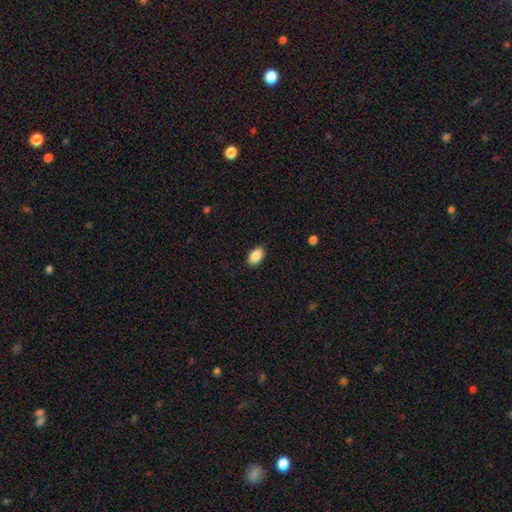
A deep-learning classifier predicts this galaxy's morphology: Smooth or featured? Predicted: smooth (p=0.89). How rounded? Predicted: in between (p=0.93). Merging? Predicted: none (p=0.88).